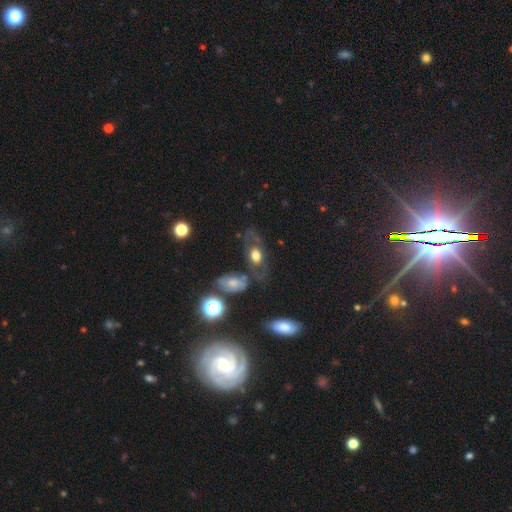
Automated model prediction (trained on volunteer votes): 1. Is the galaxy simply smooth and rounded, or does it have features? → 46% smooth, 42% featured or disk, 11% star or artifact.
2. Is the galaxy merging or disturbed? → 58% none, 19% minor disturbance, 15% major disturbance, 8% merger.